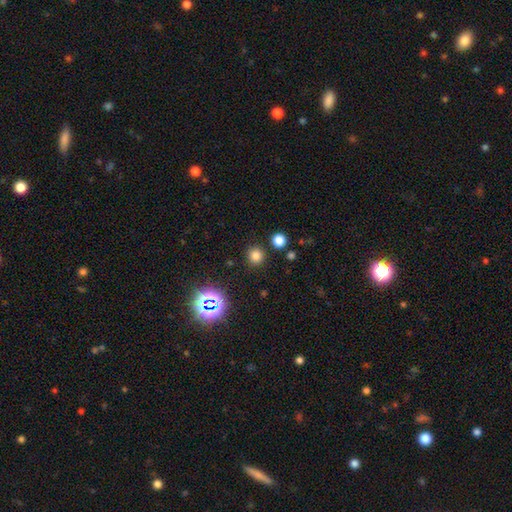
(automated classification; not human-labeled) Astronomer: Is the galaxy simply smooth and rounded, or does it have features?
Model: smooth — 76%.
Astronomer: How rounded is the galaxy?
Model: round — 92%.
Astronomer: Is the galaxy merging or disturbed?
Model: none — 88%.